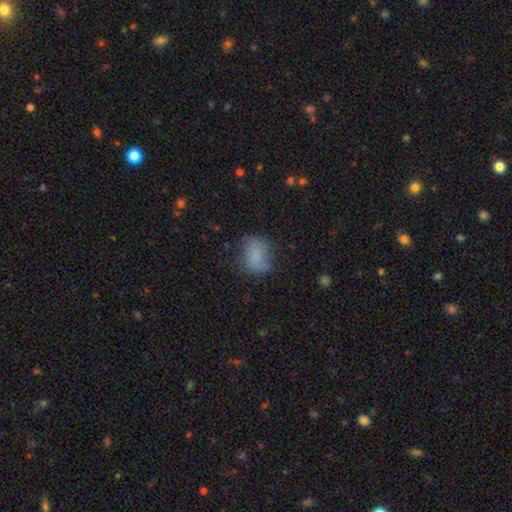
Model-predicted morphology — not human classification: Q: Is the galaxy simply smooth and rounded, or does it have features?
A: smooth — 76%.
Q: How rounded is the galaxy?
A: in between — 71%.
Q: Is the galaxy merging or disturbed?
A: none — 55%.